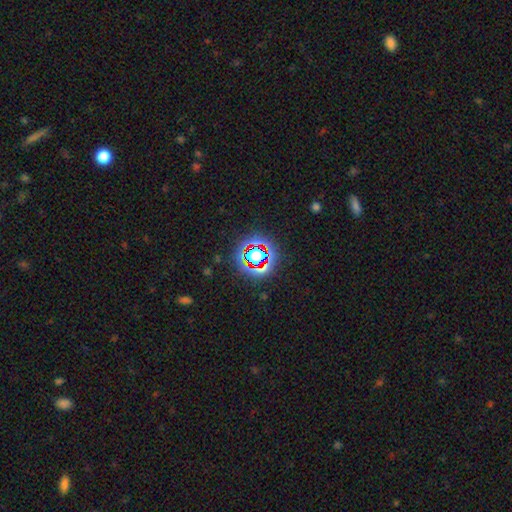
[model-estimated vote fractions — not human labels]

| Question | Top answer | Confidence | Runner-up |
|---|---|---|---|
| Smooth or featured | star or artifact | 66% | smooth (22%) |